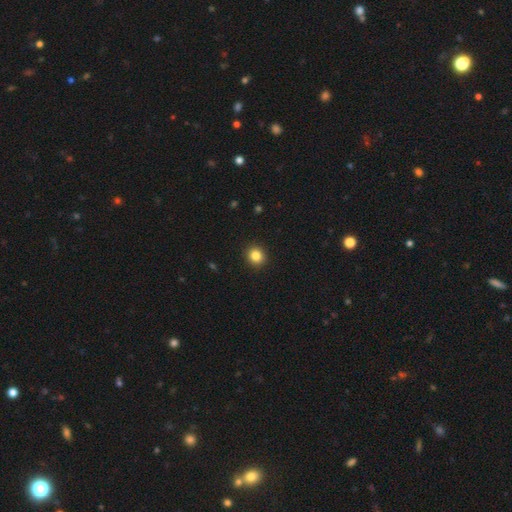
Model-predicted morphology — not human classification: smooth_or_featured: smooth (p=0.84) [alt: star or artifact p=0.11]
how_rounded: round (p=0.86) [alt: in between p=0.13]
merging: none (p=0.92) [alt: minor disturbance p=0.05]